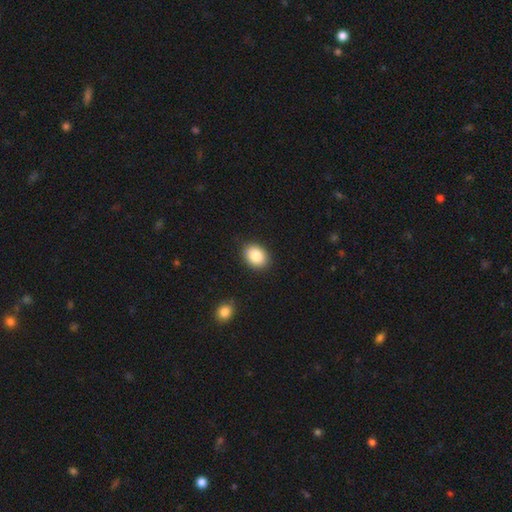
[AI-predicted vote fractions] A smooth galaxy with no disk features (86%) that is in between round and cigar-shaped (62%). Merging: none (88%).